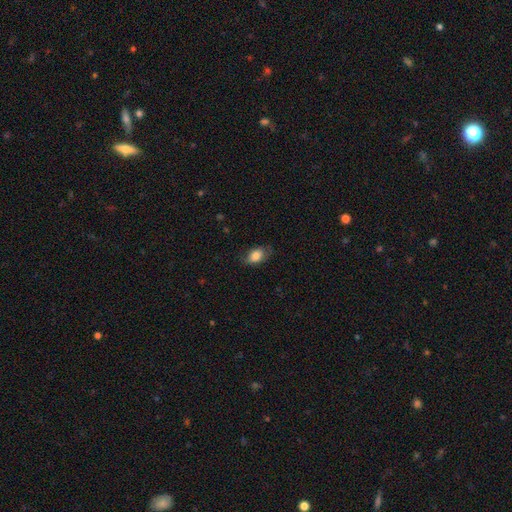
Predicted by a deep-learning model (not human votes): This is clearly a smooth galaxy (81%). How rounded: clearly in between (85%). Merging: likely none (68%).